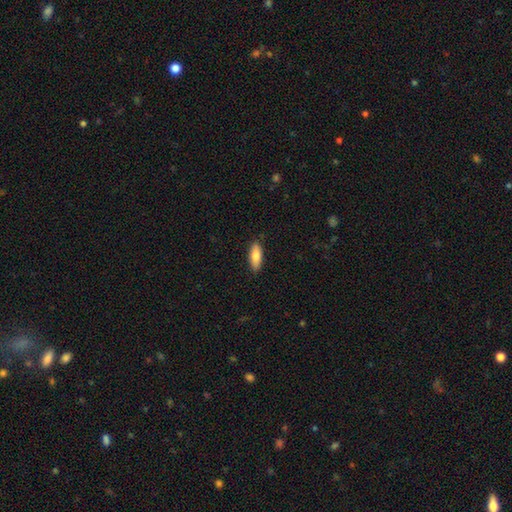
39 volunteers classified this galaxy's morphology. Smooth or featured? smooth (100%)
How rounded? in between (51%)
Merging? none (77%)